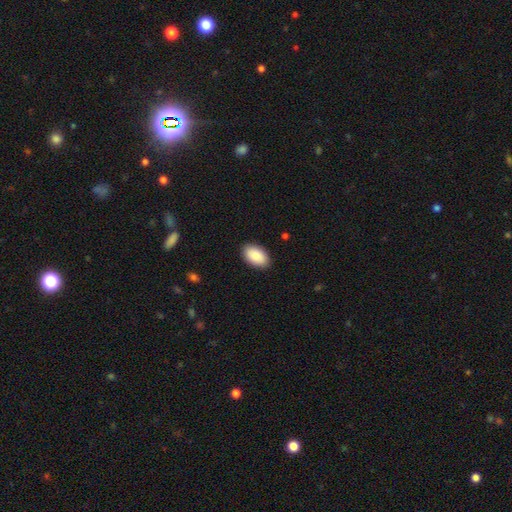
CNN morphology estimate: Overall: smooth (89%). How rounded: in between (94%). Merging: none (89%).